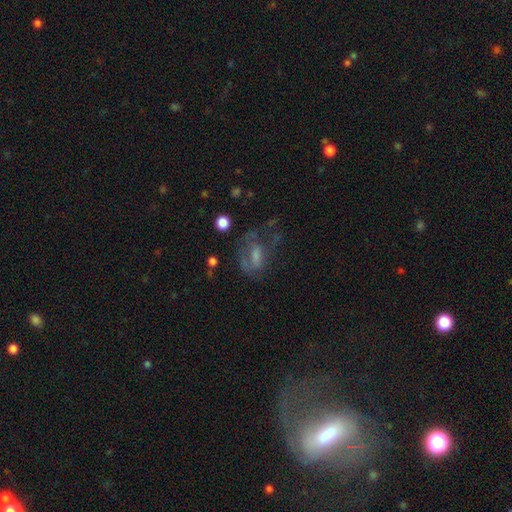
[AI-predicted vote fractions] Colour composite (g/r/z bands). It shows a featured or disk galaxy (50%). Merging: none (40%).